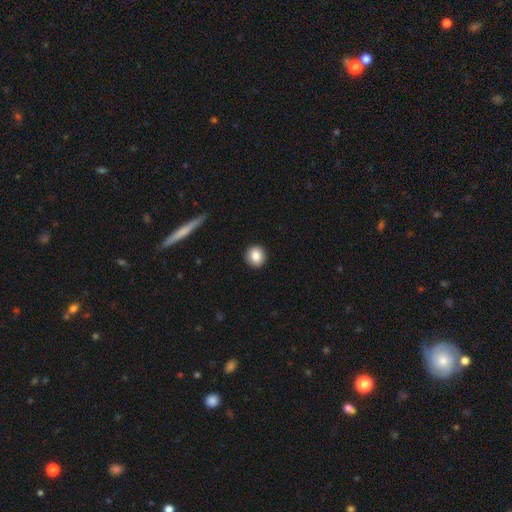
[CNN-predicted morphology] A smooth galaxy with no disk features (85%) that is round (88%). Merging: none (92%).